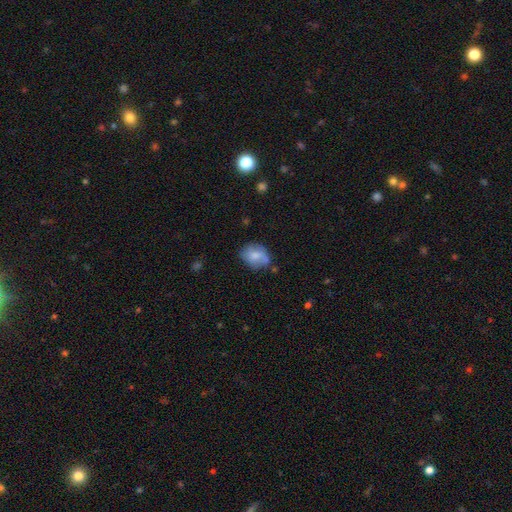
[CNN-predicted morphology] smooth 66%, featured or disk 26%, star or artifact 8%. Down the decision tree: how rounded — in between (57%); merging — none (53%).